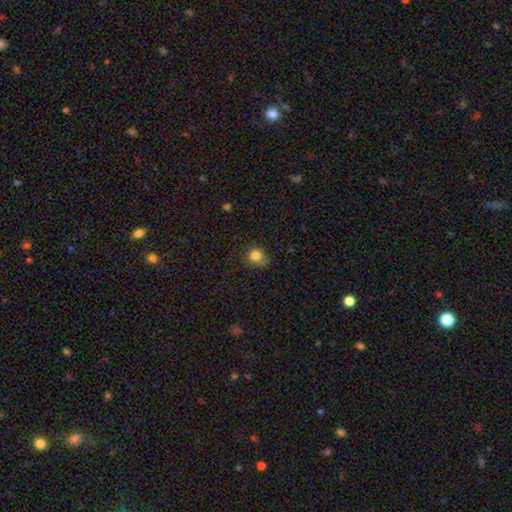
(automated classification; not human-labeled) Morphology: type=smooth (84%); roundness=round (79%); merging=none (67%).